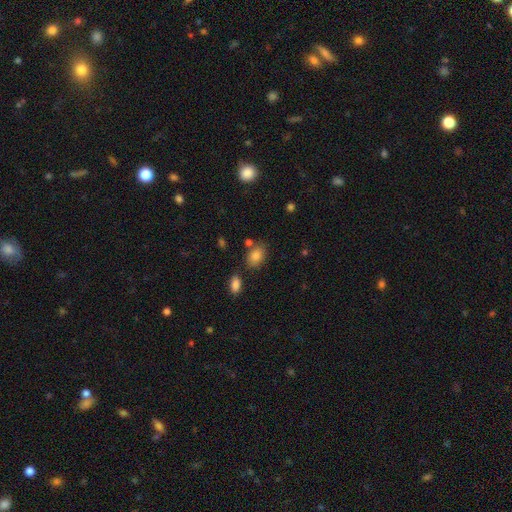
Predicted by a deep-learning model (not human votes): Smooth or featured?
  - smooth: 85% *
  - star or artifact: 9%
  - featured or disk: 6%
How rounded?
  - in between: 83% *
  - round: 15%
  - cigar-shaped: 1%
Merging?
  - none: 72% *
  - minor disturbance: 15%
  - merger: 9%
  - major disturbance: 4%